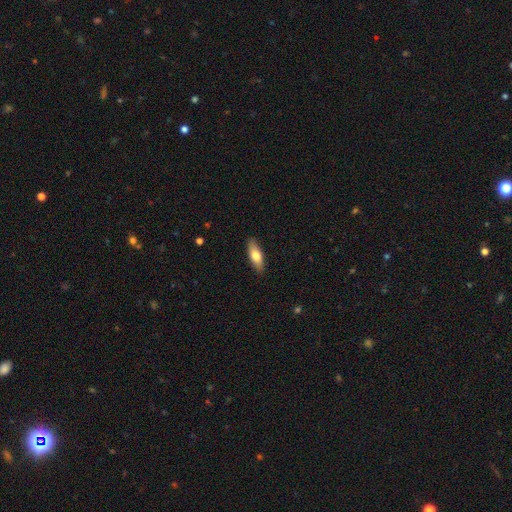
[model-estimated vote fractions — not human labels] The model was most divided on "how rounded": in between: 66%, cigar-shaped: 31%, round: 2%. More confident: merging — none (87%); smooth or featured — smooth (74%).